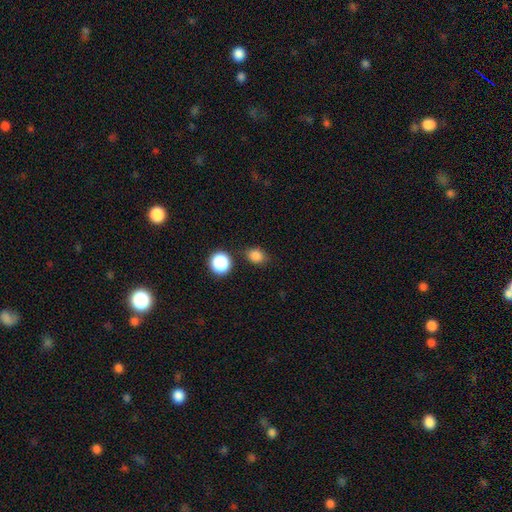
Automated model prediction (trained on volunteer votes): Q: Smooth or featured?
A: smooth (82%); runner-up: star or artifact (13%)
Q: How rounded?
A: round (50%); runner-up: in between (48%)
Q: Merging?
A: none (75%); runner-up: minor disturbance (15%)